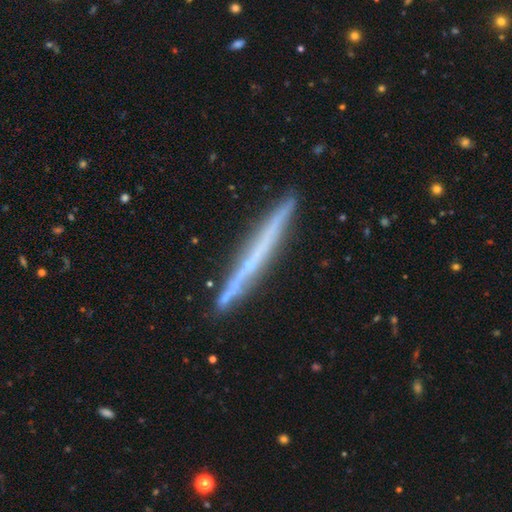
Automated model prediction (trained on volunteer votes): A featured or disk galaxy (59%) viewed edge-on (97%) with no central bulge (91%).

Vote fractions:
- Smooth or featured? featured or disk: 59% / smooth: 35% / star or artifact: 7%
- Edge-on disk? yes: 97% / no: 3%
- Edge-on bulge? none: 91% / rounded: 6% / boxy: 3%
- Merging? none: 90% / minor disturbance: 7% / merger: 1% / major disturbance: 1%